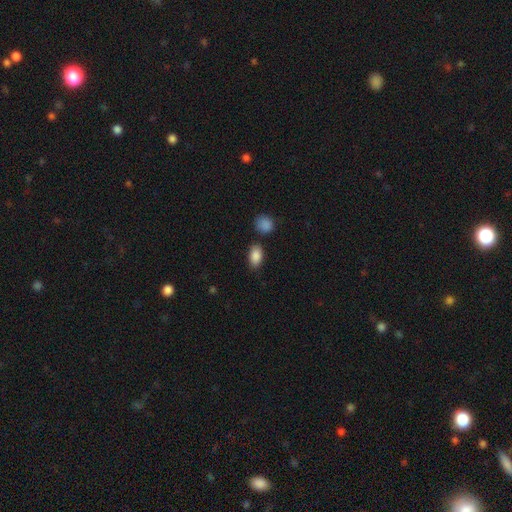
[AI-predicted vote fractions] A smooth galaxy with no disk features (88%) that is in between round and cigar-shaped (90%). Merging: none (80%).